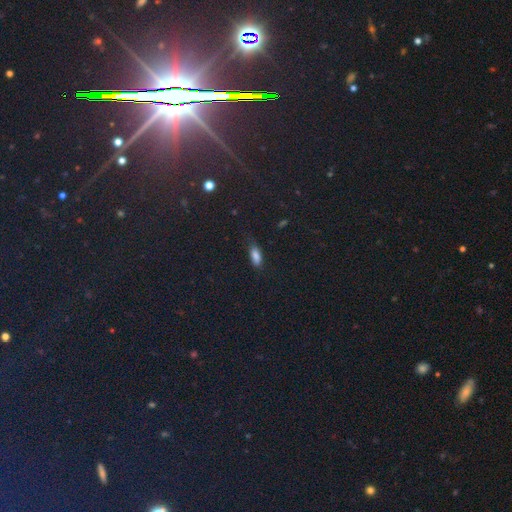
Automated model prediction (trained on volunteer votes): Smooth or featured: smooth — 78% (star or artifact — 14%)
How rounded: in between — 76% (cigar-shaped — 20%)
Merging: none — 67% (minor disturbance — 24%)